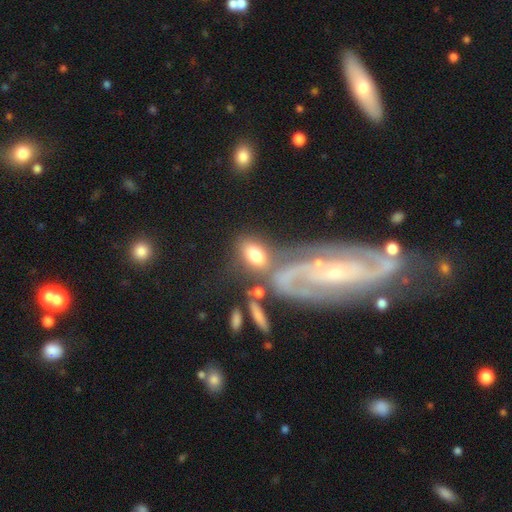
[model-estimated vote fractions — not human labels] Overall: smooth (69%). How rounded: in between (85%). Merging: none (42%; merger 28%).